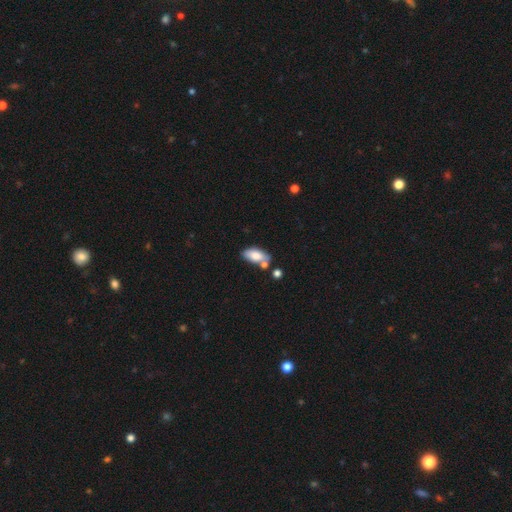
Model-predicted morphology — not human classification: This is likely a smooth galaxy (77%). How rounded: clearly in between (91%). Merging: possibly none (56%).